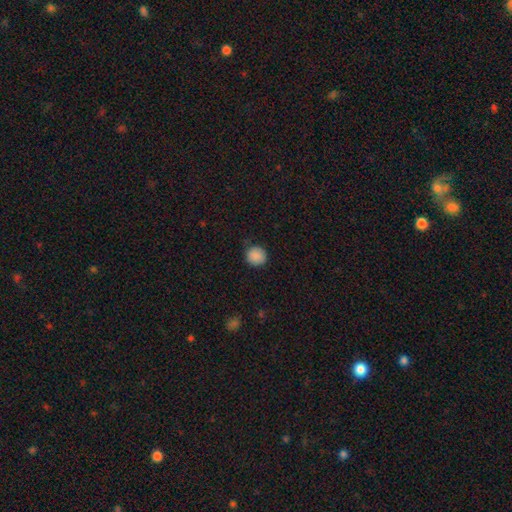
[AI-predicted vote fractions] This is clearly a smooth galaxy (88%). How rounded: clearly round (93%). Merging: clearly none (87%).